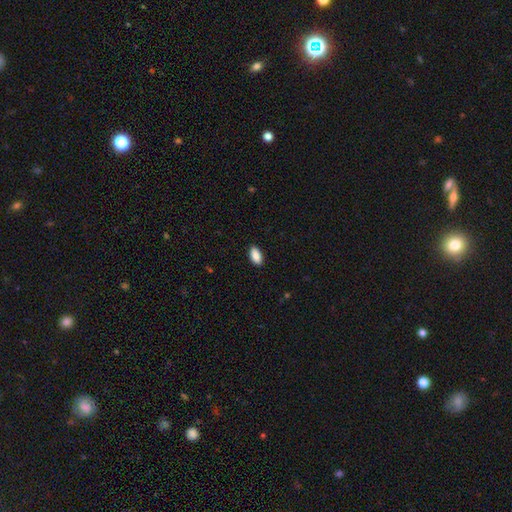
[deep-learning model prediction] Smooth or featured? smooth (90%)
How rounded? in between (93%)
Merging? none (89%)